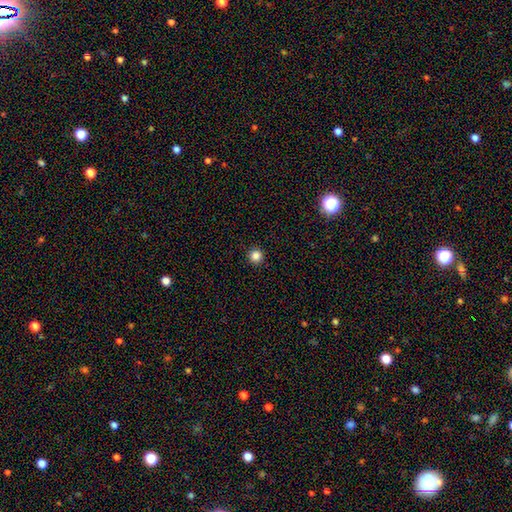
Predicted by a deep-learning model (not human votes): smooth_or_featured: smooth (p=0.85) [alt: star or artifact p=0.12]
how_rounded: round (p=0.96) [alt: in between p=0.03]
merging: none (p=0.93) [alt: minor disturbance p=0.04]